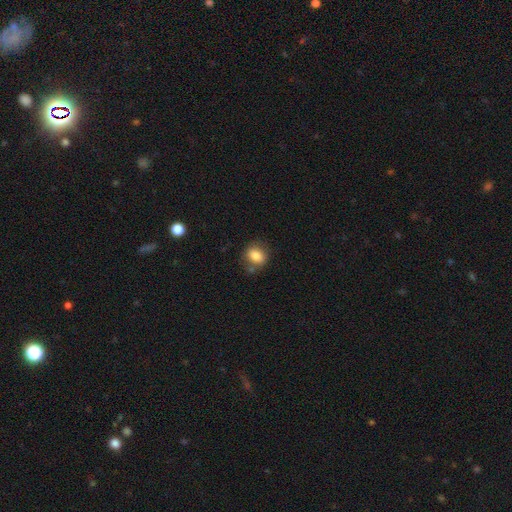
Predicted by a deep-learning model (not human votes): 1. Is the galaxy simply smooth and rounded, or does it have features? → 83% smooth, 9% star or artifact, 8% featured or disk.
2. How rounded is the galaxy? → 59% round, 40% in between, 1% cigar-shaped.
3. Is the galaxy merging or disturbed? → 74% none, 16% minor disturbance, 6% merger, 5% major disturbance.